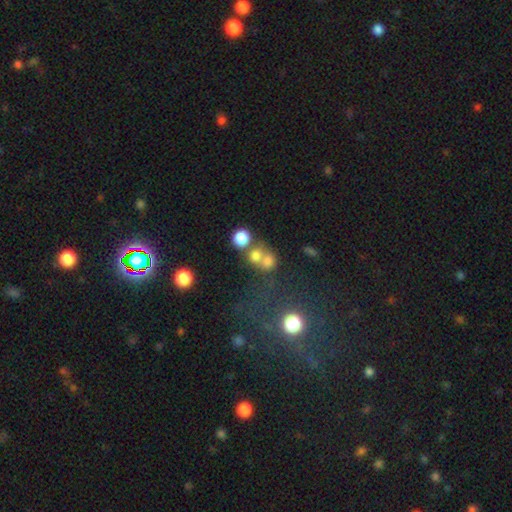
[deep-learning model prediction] A smooth galaxy with no disk features (71%) that is round (78%). Merging: merger (50%).